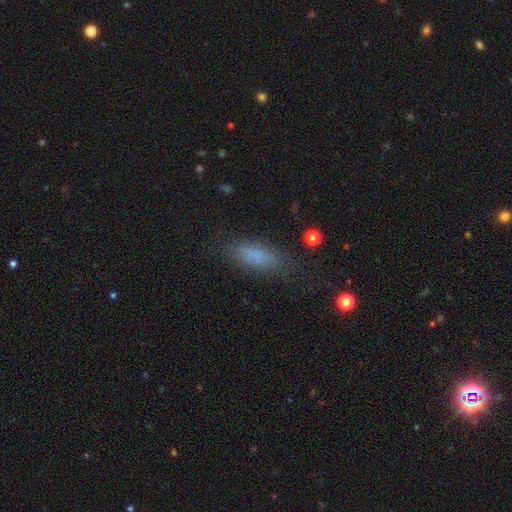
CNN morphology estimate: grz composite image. It shows a smooth galaxy with no disk features (79%) that is in between round and cigar-shaped (67%). Merging: none (77%).